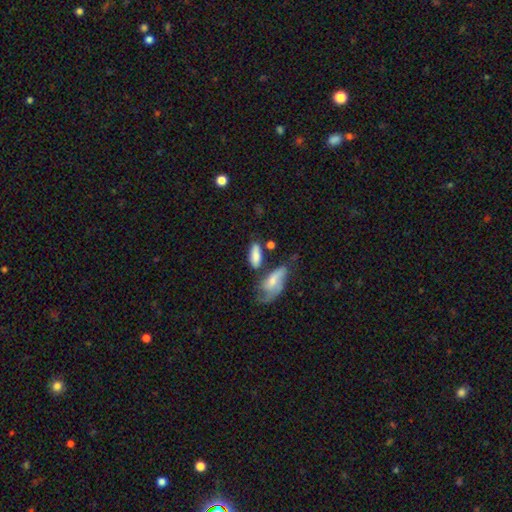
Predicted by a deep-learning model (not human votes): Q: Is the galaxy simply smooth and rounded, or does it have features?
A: smooth — 77%.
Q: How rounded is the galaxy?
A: in between — 77%.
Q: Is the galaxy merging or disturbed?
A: none — 51%.